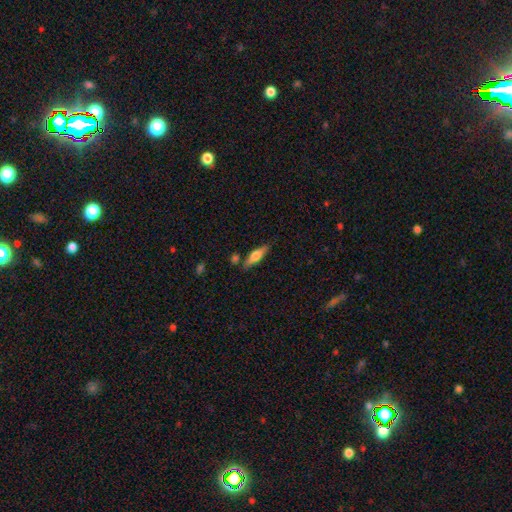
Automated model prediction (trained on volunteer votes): Smooth or featured? featured or disk (48%)
Merging? none (79%)